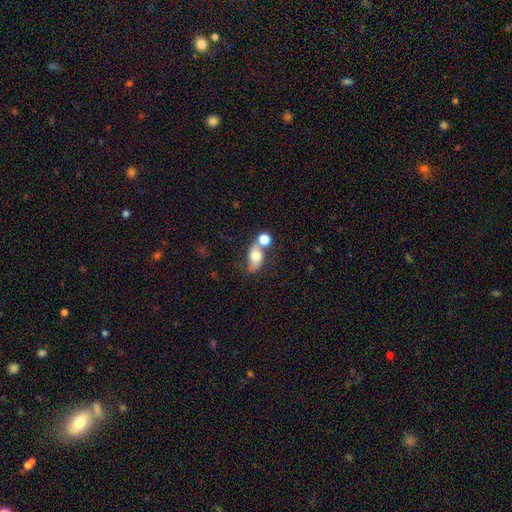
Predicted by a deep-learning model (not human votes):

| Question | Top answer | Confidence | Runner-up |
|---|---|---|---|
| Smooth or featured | smooth | 57% | featured or disk (33%) |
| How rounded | in between | 71% | round (23%) |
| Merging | merger | 41% | none (35%) |